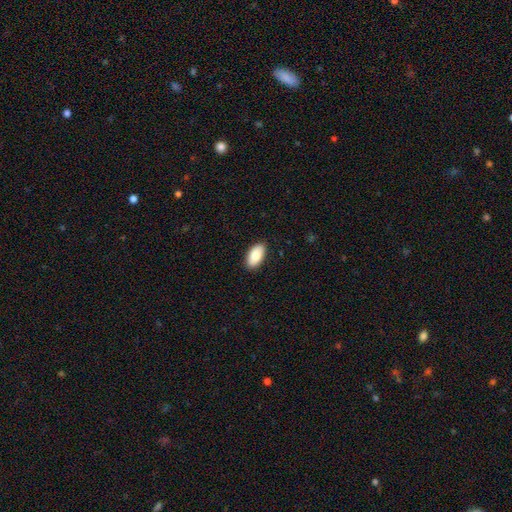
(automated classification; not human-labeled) smooth-or-featured: smooth: 83% | featured or disk: 11% | star or artifact: 6%
  how-rounded: in between: 94% | round: 3% | cigar-shaped: 3%
  merging: none: 89% | minor disturbance: 9% | major disturbance: 2% | merger: 1%